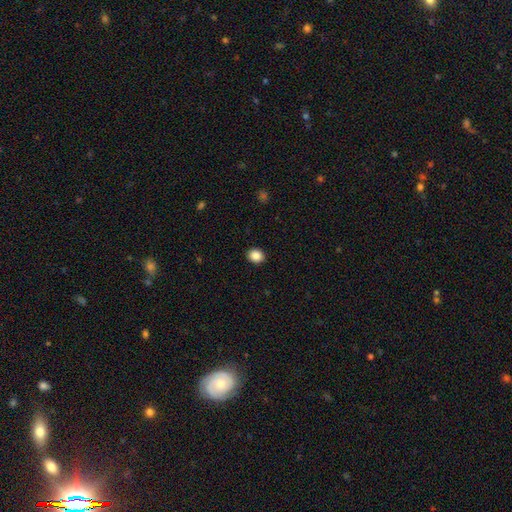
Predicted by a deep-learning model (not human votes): smooth 88%, star or artifact 9%, featured or disk 3%. Down the decision tree: how rounded — round (64%); merging — none (92%).